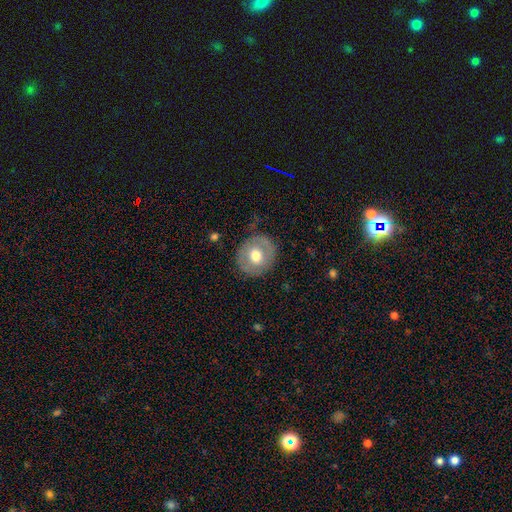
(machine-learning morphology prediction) Overall: smooth (59%; featured or disk 34%). How rounded: round (82%). Merging: none (82%).